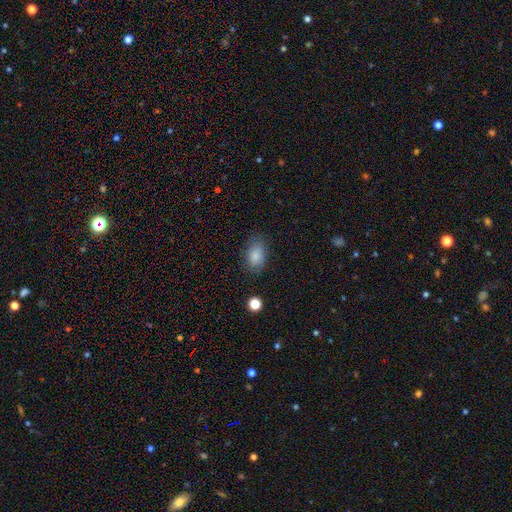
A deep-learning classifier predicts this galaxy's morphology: smooth 85%, star or artifact 8%, featured or disk 7%. Down the decision tree: how rounded — in between (87%); merging — none (79%).